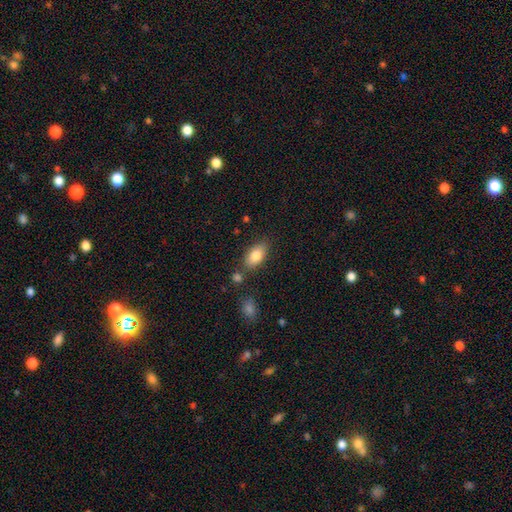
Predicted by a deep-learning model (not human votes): Morphology: type=smooth (82%); roundness=in between (90%); merging=none (74%).